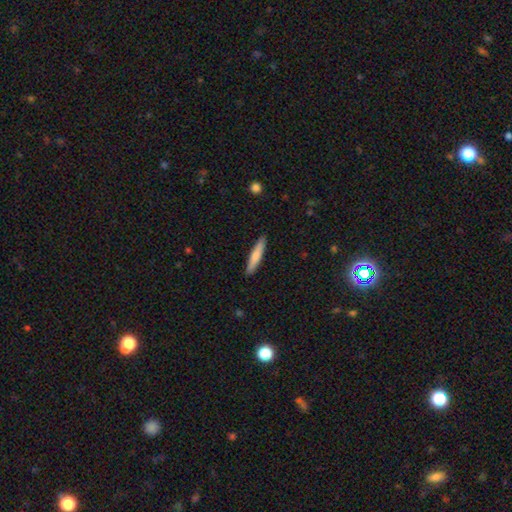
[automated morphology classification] smooth 73%, featured or disk 22%, star or artifact 5%. Down the decision tree: how rounded — cigar-shaped (91%); merging — none (91%).